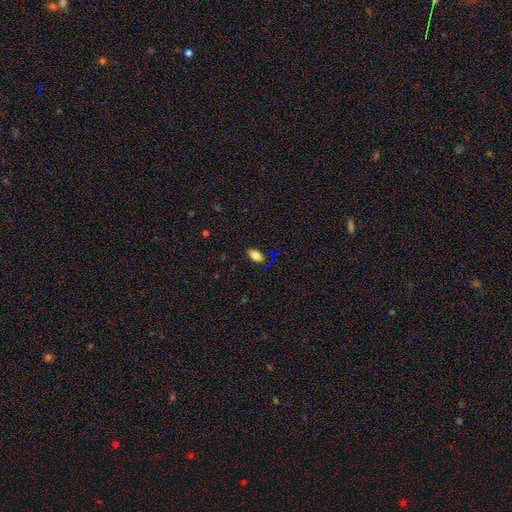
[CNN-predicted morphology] Smooth or featured?
  - smooth: 78% *
  - star or artifact: 11%
  - featured or disk: 11%
How rounded?
  - in between: 90% *
  - round: 7%
  - cigar-shaped: 3%
Merging?
  - none: 84% *
  - minor disturbance: 12%
  - major disturbance: 3%
  - merger: 1%